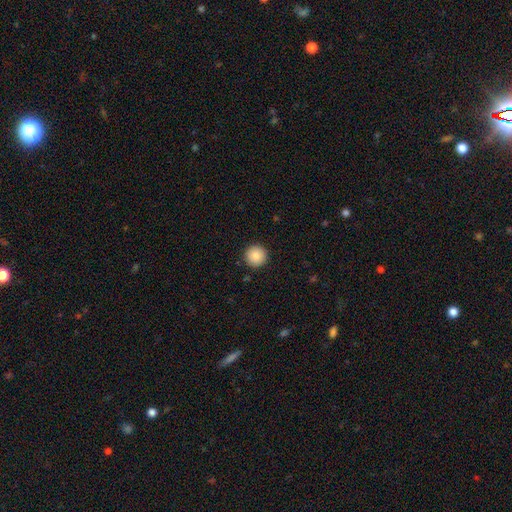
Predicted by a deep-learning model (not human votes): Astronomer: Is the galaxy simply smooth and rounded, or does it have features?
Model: smooth — 87%.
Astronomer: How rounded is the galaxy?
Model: round — 96%.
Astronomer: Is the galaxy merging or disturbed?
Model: none — 92%.